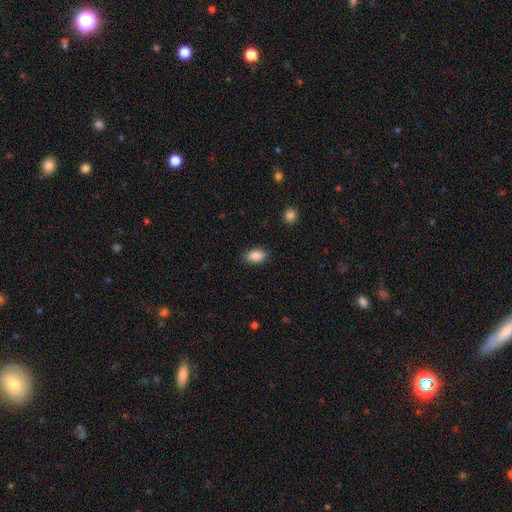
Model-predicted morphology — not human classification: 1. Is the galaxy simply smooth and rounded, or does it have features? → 88% smooth, 8% star or artifact, 4% featured or disk.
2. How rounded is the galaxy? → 89% in between, 9% round, 2% cigar-shaped.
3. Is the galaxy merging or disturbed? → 86% none, 11% minor disturbance, 3% major disturbance, 1% merger.